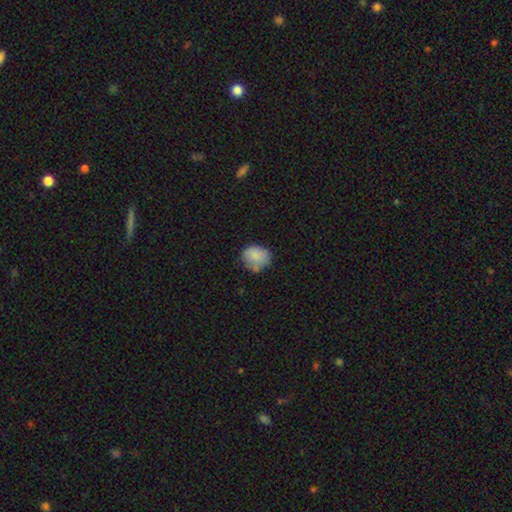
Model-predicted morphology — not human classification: The model was most divided on "how rounded": round: 65%, in between: 35%, cigar-shaped: 1%. More confident: smooth or featured — smooth (81%); merging — none (61%).